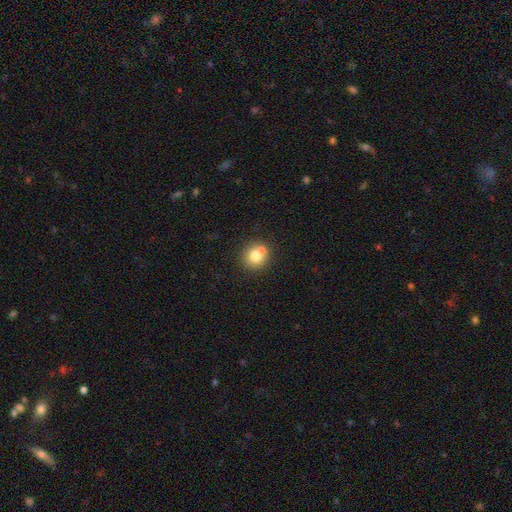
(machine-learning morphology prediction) A smooth galaxy with no disk features (73%) that is round (86%).

Vote fractions:
- Smooth or featured? smooth: 73% / featured or disk: 15% / star or artifact: 11%
- How rounded? round: 86% / in between: 13% / cigar-shaped: 1%
- Merging? none: 57% / merger: 32% / minor disturbance: 8% / major disturbance: 3%